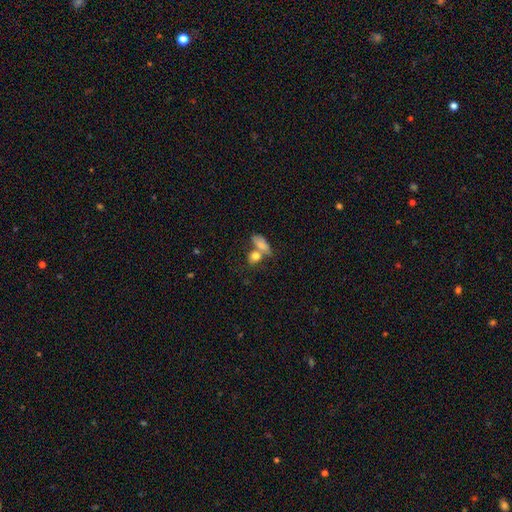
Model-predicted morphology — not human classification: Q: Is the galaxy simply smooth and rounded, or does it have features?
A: smooth — 79%.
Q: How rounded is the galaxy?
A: in between — 60%.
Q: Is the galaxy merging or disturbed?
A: merger — 45%.